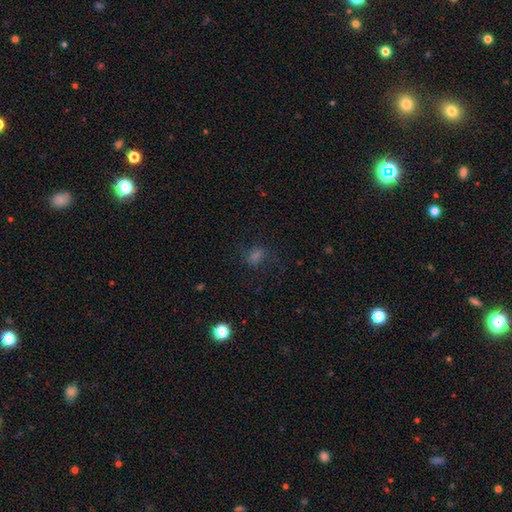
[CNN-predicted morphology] Smooth or featured: smooth — 49% (star or artifact — 32%)
Merging: none — 67% (minor disturbance — 17%)